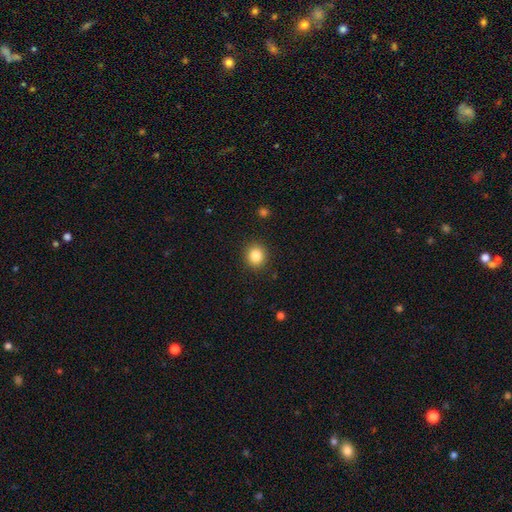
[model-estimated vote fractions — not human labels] A smooth galaxy with no disk features (84%) that is round (85%).

Vote fractions:
- Smooth or featured? smooth: 84% / star or artifact: 10% / featured or disk: 5%
- How rounded? round: 85% / in between: 14% / cigar-shaped: 1%
- Merging? none: 90% / minor disturbance: 6% / major disturbance: 2% / merger: 1%